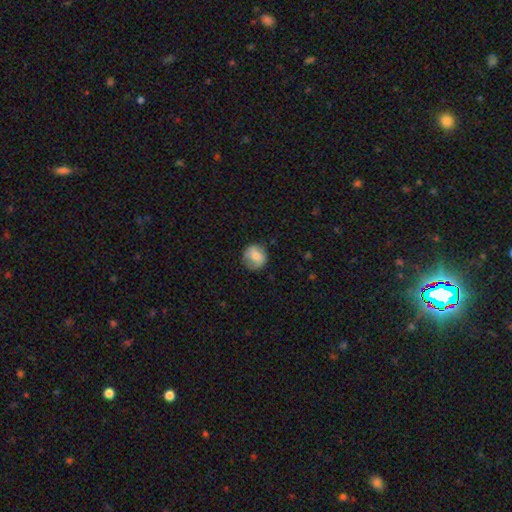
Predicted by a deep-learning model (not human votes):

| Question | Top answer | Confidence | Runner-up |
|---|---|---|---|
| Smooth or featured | smooth | 74% | featured or disk (18%) |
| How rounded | round | 87% | in between (12%) |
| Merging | none | 76% | minor disturbance (17%) |